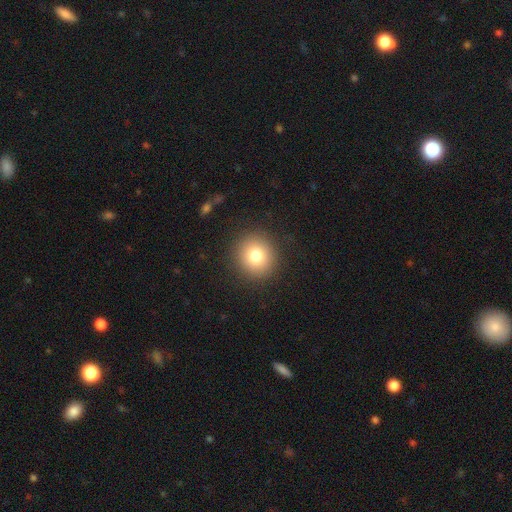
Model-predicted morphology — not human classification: This appears to be a smooth galaxy with no disk features (79%) that is round (92%). Merging: none (90%).